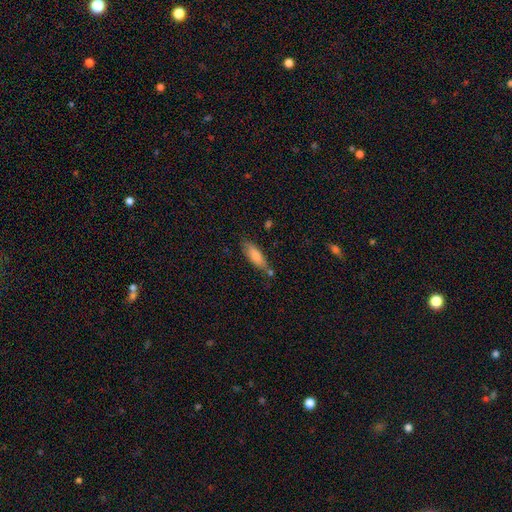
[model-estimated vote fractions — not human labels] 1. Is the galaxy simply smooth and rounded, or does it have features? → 81% smooth, 13% featured or disk, 7% star or artifact.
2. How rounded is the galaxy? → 52% in between, 46% cigar-shaped, 2% round.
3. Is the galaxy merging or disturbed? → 65% none, 20% minor disturbance, 10% merger, 5% major disturbance.